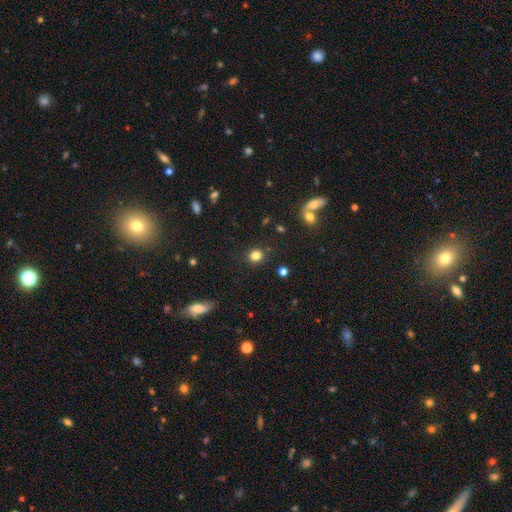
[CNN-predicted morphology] A smooth galaxy with no disk features (82%) that is round (79%). Merging: none (86%).